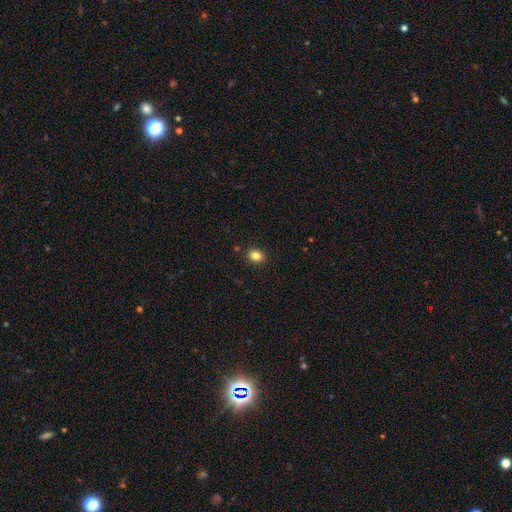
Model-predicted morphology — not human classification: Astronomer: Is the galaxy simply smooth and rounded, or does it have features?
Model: smooth — 84%.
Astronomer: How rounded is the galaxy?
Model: in between — 58% (runner-up: round, 41%).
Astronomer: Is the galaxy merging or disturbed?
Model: none — 89%.